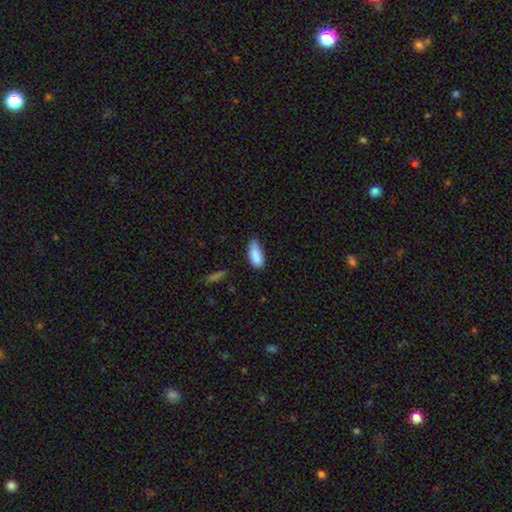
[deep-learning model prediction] Smooth or featured: smooth — 87% (star or artifact — 7%)
How rounded: in between — 83% (cigar-shaped — 15%)
Merging: none — 57% (minor disturbance — 34%)